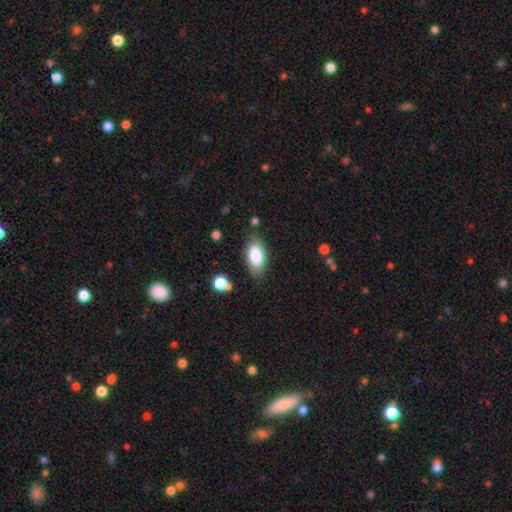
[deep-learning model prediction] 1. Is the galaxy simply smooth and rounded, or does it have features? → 83% smooth, 10% featured or disk, 7% star or artifact.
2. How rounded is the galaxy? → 91% in between, 6% cigar-shaped, 3% round.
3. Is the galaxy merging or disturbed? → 79% none, 14% minor disturbance, 4% major disturbance, 3% merger.